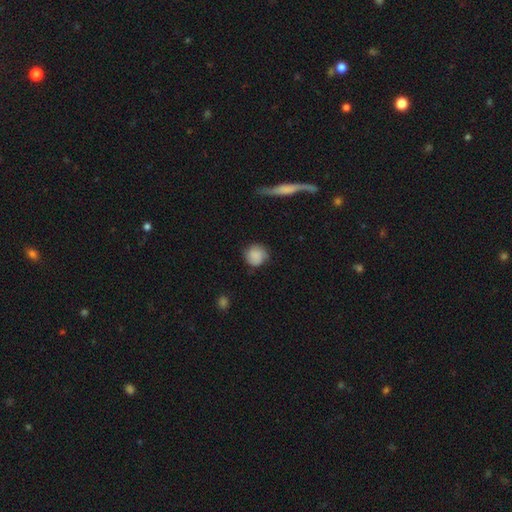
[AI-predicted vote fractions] smooth-or-featured: smooth: 79% | featured or disk: 13% | star or artifact: 8%
  how-rounded: round: 88% | in between: 11% | cigar-shaped: 1%
  merging: none: 71% | minor disturbance: 21% | major disturbance: 6% | merger: 2%